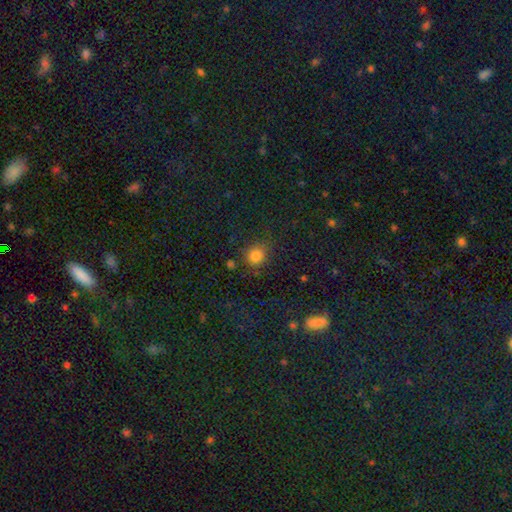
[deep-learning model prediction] Q: Smooth or featured?
A: smooth (79%); runner-up: star or artifact (15%)
Q: How rounded?
A: round (87%); runner-up: in between (12%)
Q: Merging?
A: none (80%); runner-up: minor disturbance (12%)